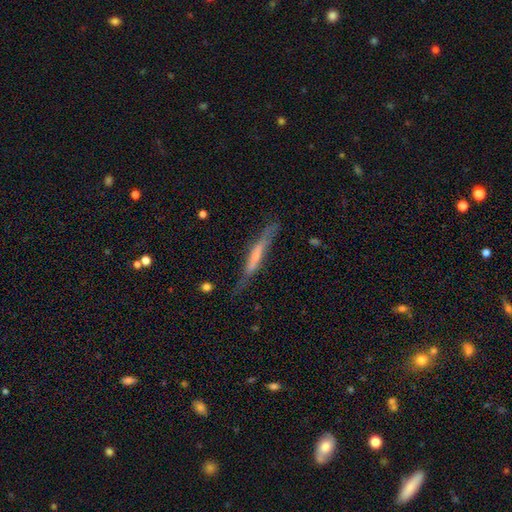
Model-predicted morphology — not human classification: smooth-or-featured: featured or disk: 59% | smooth: 34% | star or artifact: 7%
  disk-edge-on: yes: 87% | no: 13%
    edge-on-bulge: none: 49% | rounded: 36% | boxy: 15%
  merging: none: 67% | minor disturbance: 23% | major disturbance: 7% | merger: 3%